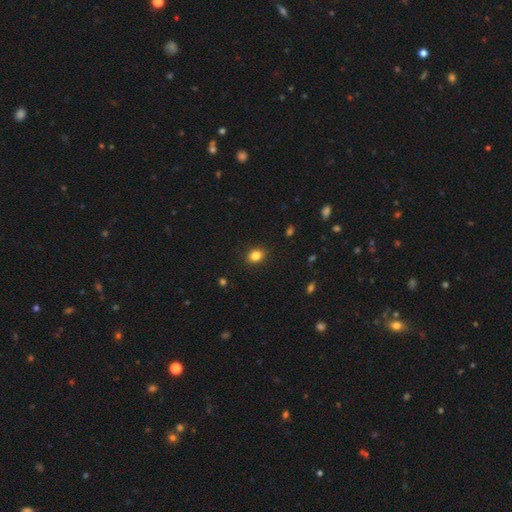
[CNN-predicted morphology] This is clearly a smooth galaxy (85%). How rounded: possibly in between (60%). Merging: clearly none (88%).